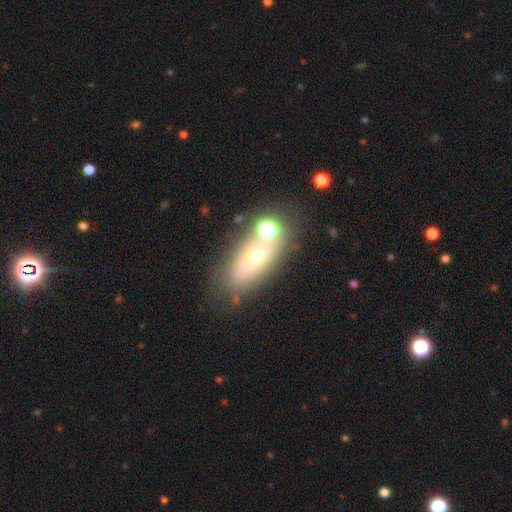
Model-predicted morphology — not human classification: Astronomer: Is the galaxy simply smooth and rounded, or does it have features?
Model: smooth — 54% (runner-up: featured or disk, 31%).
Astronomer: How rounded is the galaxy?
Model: in between — 71%.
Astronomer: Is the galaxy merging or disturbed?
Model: none — 63%.